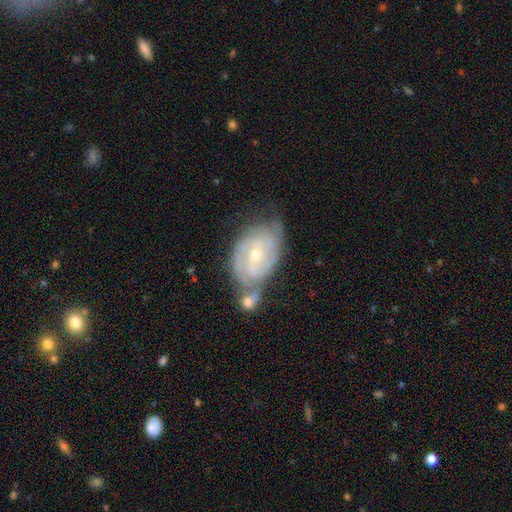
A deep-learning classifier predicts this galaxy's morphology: This is clearly a featured or disk galaxy (83%). It is clearly not viewed edge-on (96%). Bar: possibly no (51%). Spiral arm pattern: clearly yes (93%). Spiral arm count: marginally 2 (38%). Spiral winding: likely tight (63%). Central bulge: possibly small (50%). Merging: marginally none (36%).